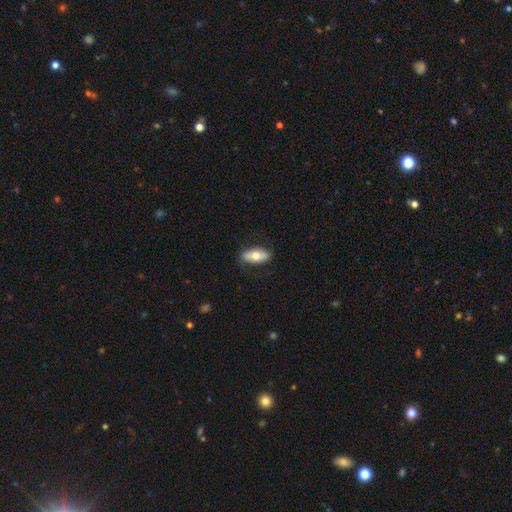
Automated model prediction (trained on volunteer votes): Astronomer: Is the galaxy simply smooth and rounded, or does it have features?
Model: smooth — 64%.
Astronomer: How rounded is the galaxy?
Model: in between — 82%.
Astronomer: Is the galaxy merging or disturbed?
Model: none — 81%.